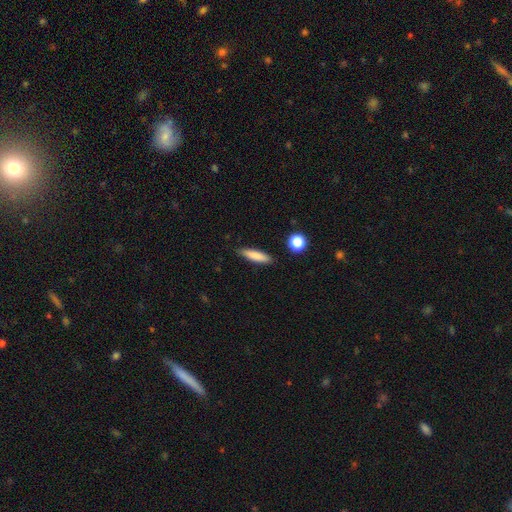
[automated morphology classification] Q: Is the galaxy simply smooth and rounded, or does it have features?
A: smooth — 82%.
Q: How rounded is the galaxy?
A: cigar-shaped — 75%.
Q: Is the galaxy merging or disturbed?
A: none — 87%.